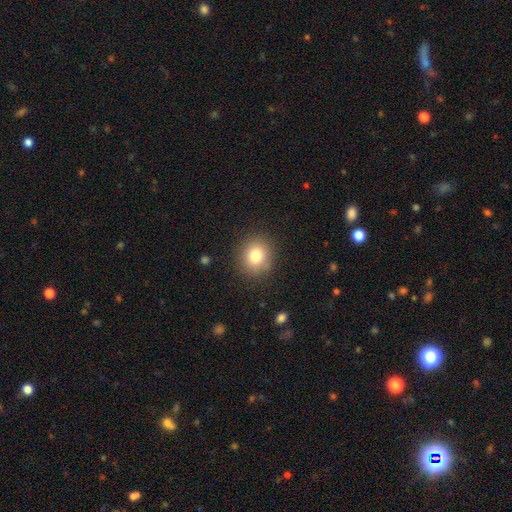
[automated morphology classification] This is likely a smooth galaxy (79%). How rounded: likely round (77%). Merging: clearly none (87%).